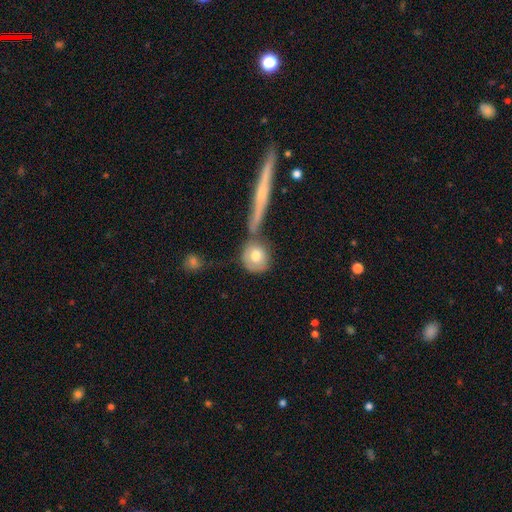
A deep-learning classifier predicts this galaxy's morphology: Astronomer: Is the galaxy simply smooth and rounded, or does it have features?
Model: smooth — 71%.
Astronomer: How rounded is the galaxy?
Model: round — 82%.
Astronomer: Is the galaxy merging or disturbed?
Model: none — 55%.